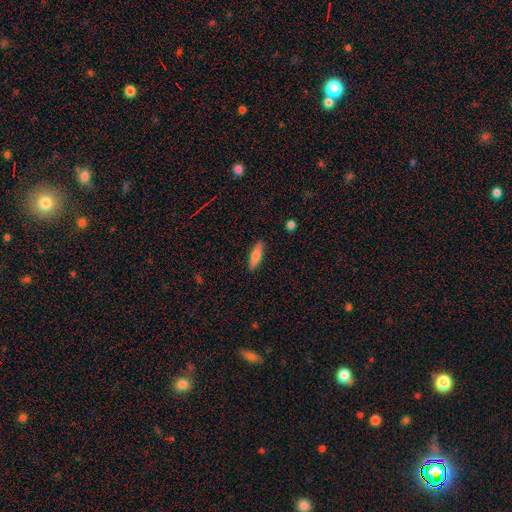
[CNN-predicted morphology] smooth_or_featured: smooth (p=0.71) [alt: featured or disk p=0.23]
how_rounded: cigar-shaped (p=0.56) [alt: in between p=0.42]
merging: none (p=0.88) [alt: minor disturbance p=0.09]